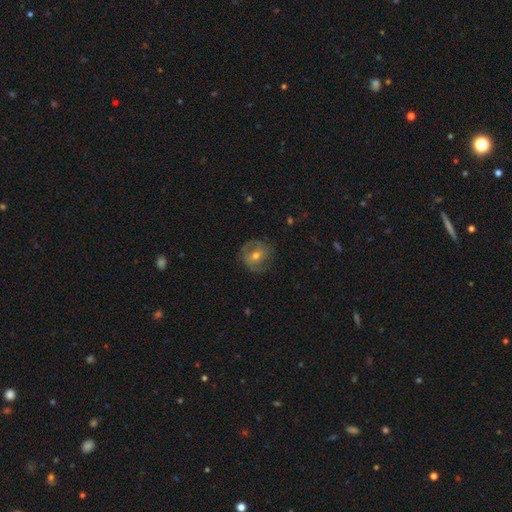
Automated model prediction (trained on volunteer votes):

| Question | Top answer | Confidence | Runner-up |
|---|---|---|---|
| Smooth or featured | featured or disk | 66% | smooth (26%) |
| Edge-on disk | no | 96% | yes (4%) |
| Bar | weak | 42% | no (36%) |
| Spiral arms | yes | 80% | no (20%) |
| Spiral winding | medium | 45% | tight (36%) |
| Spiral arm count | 2 | 71% | can't tell (15%) |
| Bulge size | moderate | 59% | small (36%) |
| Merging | none | 72% | minor disturbance (17%) |